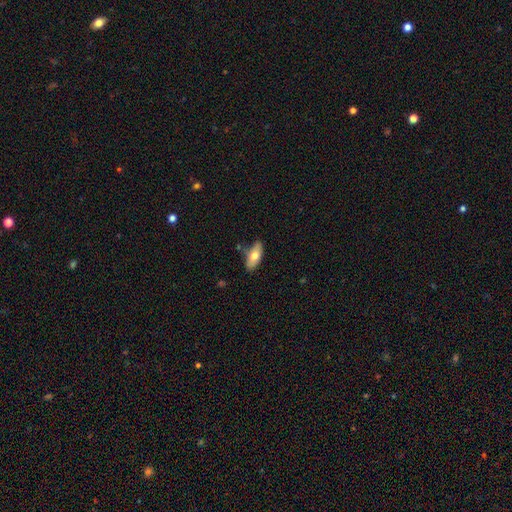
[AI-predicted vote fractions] The model was most divided on "smooth or featured": smooth: 69%, featured or disk: 25%, star or artifact: 6%. More confident: how rounded — in between (82%); merging — none (73%).